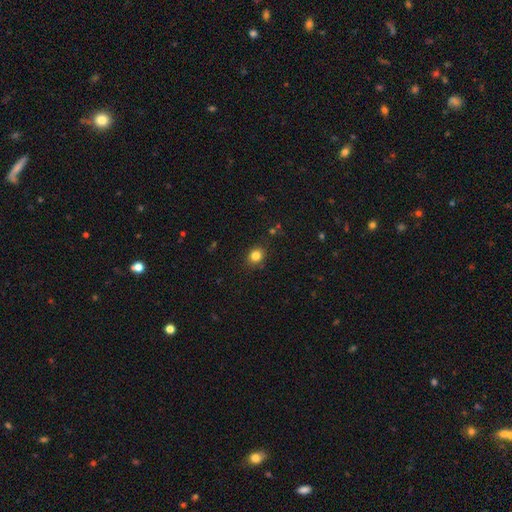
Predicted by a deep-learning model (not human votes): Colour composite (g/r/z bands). It shows a smooth galaxy with no disk features (82%) that is round (66%). Merging: none (86%).